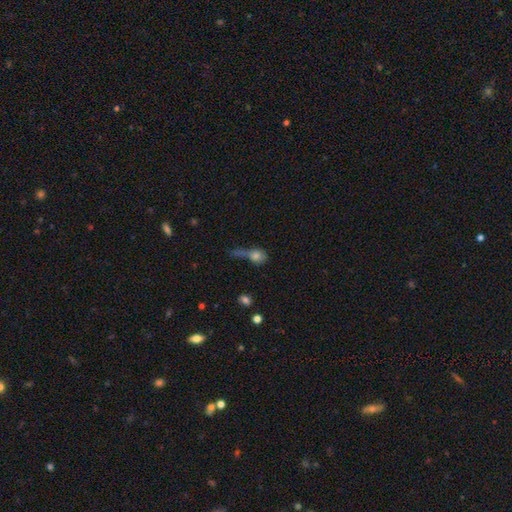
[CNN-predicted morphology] A smooth galaxy with no disk features (68%) that is round (48%). Merging: major disturbance (33%).